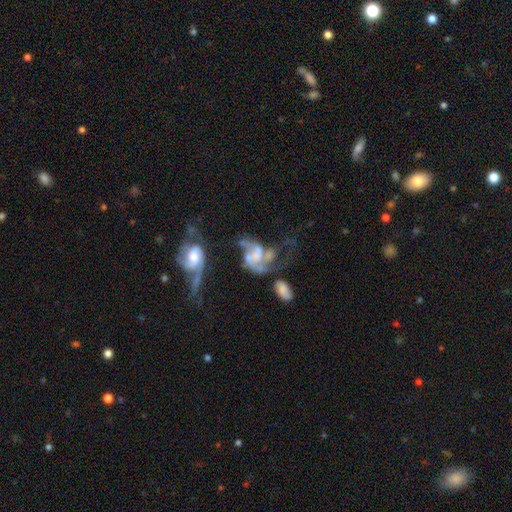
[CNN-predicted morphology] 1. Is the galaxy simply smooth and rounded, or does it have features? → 72% featured or disk, 18% smooth, 10% star or artifact.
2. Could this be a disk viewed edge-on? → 97% no, 3% yes.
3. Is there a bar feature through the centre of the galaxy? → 65% no, 26% weak, 9% strong.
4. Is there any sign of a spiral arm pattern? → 68% yes, 32% no.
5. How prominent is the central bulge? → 42% none, 24% moderate, 20% small, 11% large, 3% dominant.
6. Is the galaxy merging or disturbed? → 43% merger, 31% major disturbance, 15% none, 10% minor disturbance.